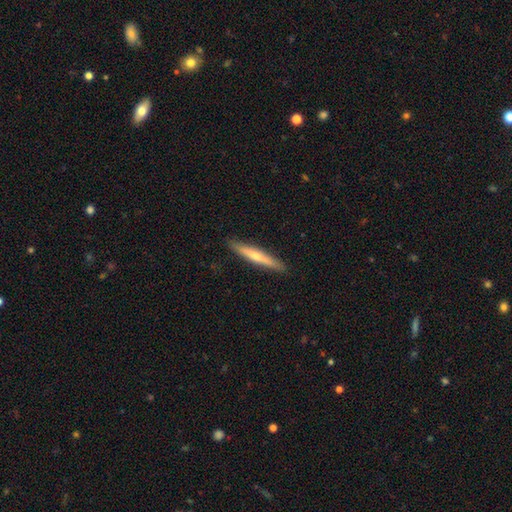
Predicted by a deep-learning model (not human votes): Smooth or featured? Predicted: featured or disk (p=0.49). Merging? Predicted: none (p=0.91).